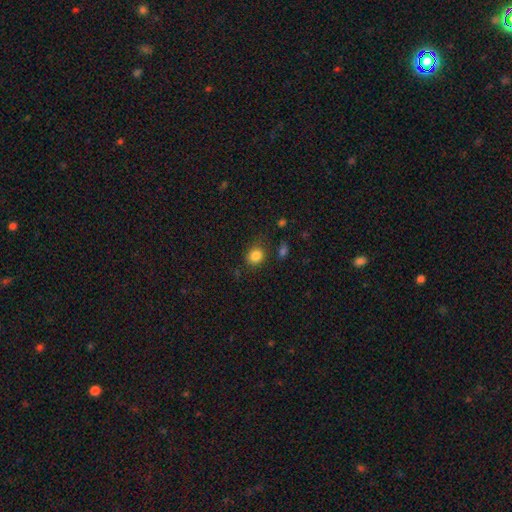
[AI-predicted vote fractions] Smooth or featured? Predicted: smooth (p=0.84). How rounded? Predicted: round (p=0.61). Merging? Predicted: none (p=0.74).